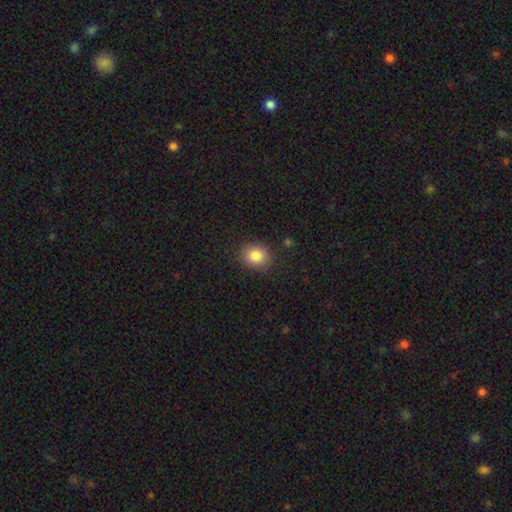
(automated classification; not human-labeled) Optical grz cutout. It shows a smooth galaxy with no disk features (84%) that is round (70%). Merging: none (85%).